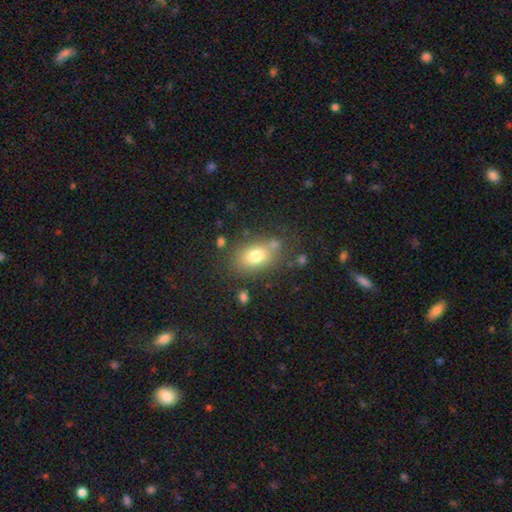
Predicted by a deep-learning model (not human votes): This appears to be a smooth galaxy with no disk features (76%) that is in between round and cigar-shaped (81%). Merging: none (71%).